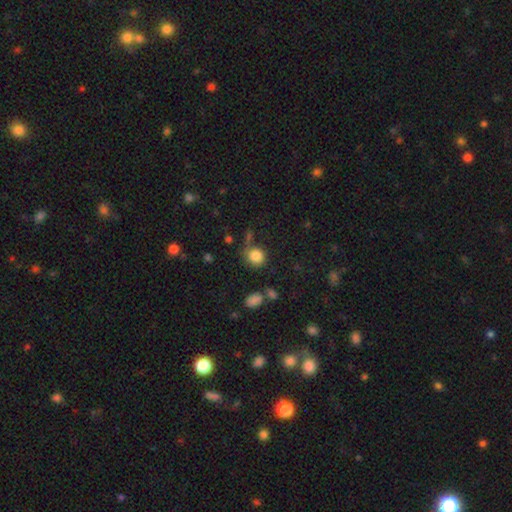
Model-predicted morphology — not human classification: A smooth galaxy with no disk features (83%) that is round (84%).

Vote fractions:
- Smooth or featured? smooth: 83% / star or artifact: 11% / featured or disk: 6%
- How rounded? round: 84% / in between: 15% / cigar-shaped: 1%
- Merging? none: 65% / minor disturbance: 17% / major disturbance: 9% / merger: 9%